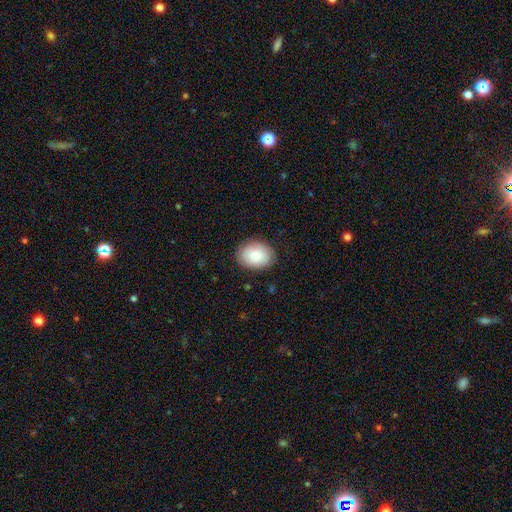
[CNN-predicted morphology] Smooth or featured: smooth — 84% (featured or disk — 10%)
How rounded: in between — 71% (round — 28%)
Merging: none — 85% (minor disturbance — 11%)